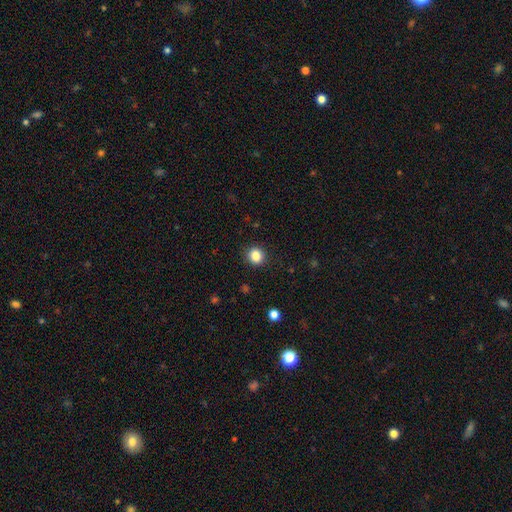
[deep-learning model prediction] The model was most divided on "how rounded": round: 86%, in between: 13%, cigar-shaped: 1%. More confident: merging — none (91%); smooth or featured — smooth (85%).